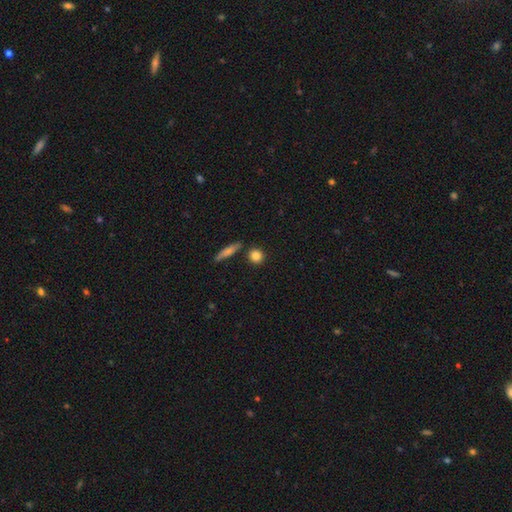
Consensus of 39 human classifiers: smooth 79%, featured or disk 10%, star or artifact 10%. Down the decision tree: how rounded — round (74%); merging — none (74%).